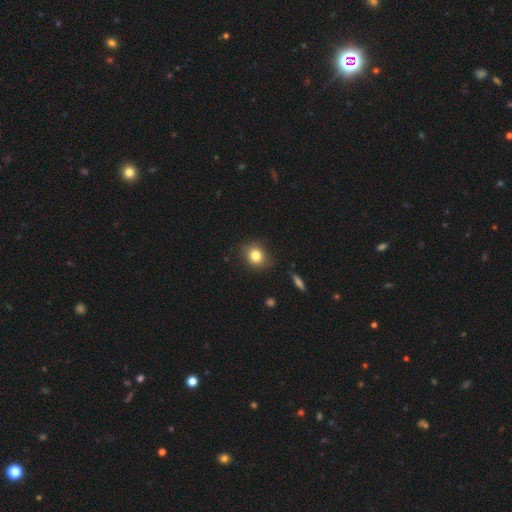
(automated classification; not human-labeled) smooth-or-featured: smooth: 81% | star or artifact: 11% | featured or disk: 9%
  how-rounded: round: 72% | in between: 27% | cigar-shaped: 1%
  merging: none: 76% | minor disturbance: 19% | major disturbance: 4% | merger: 2%